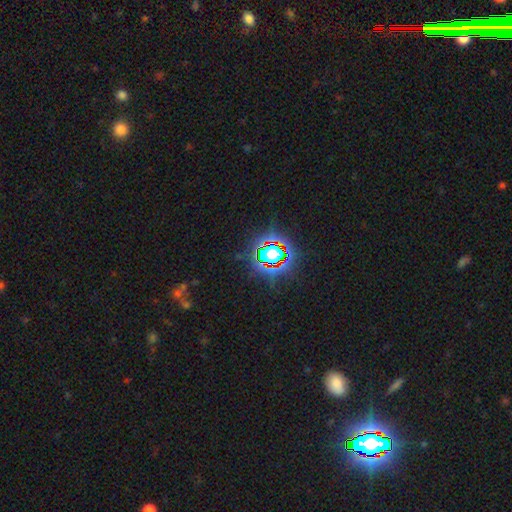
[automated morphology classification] The model was most divided on "smooth or featured": star or artifact: 78%, smooth: 13%, featured or disk: 8%.